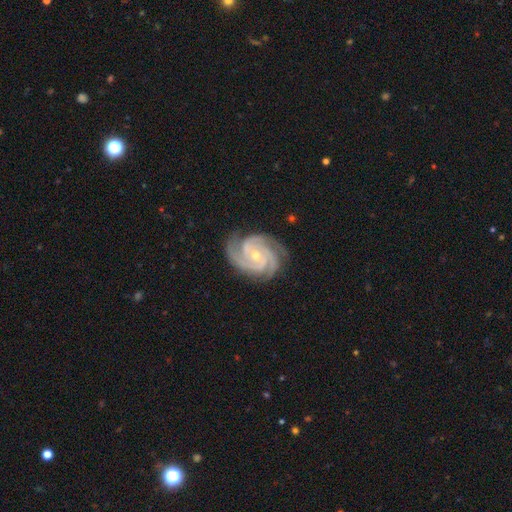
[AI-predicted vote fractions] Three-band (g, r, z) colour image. It shows a featured or disk galaxy (93%) with no bar (61%), 3 (61%) tight (69%) spiral arms (99%) and a small central bulge (59%). Merging: none (79%).